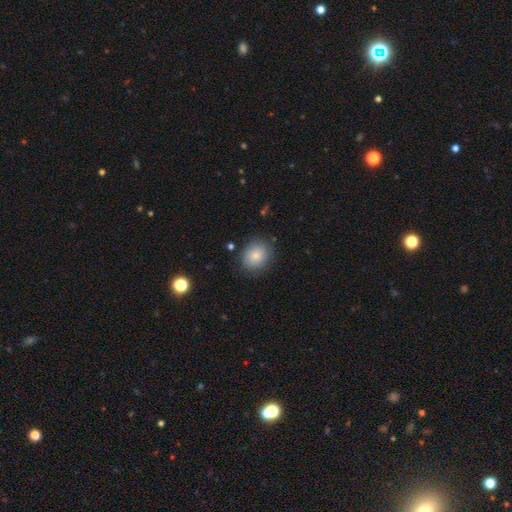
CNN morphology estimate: smooth_or_featured: smooth (p=0.83) [alt: featured or disk p=0.09]
how_rounded: round (p=0.67) [alt: in between p=0.32]
merging: none (p=0.82) [alt: minor disturbance p=0.13]